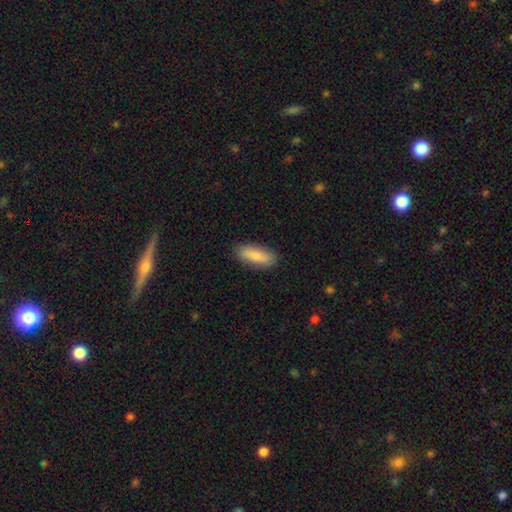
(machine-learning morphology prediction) Smooth or featured? Predicted: smooth (p=0.81). How rounded? Predicted: in between (p=0.65). Merging? Predicted: none (p=0.86).